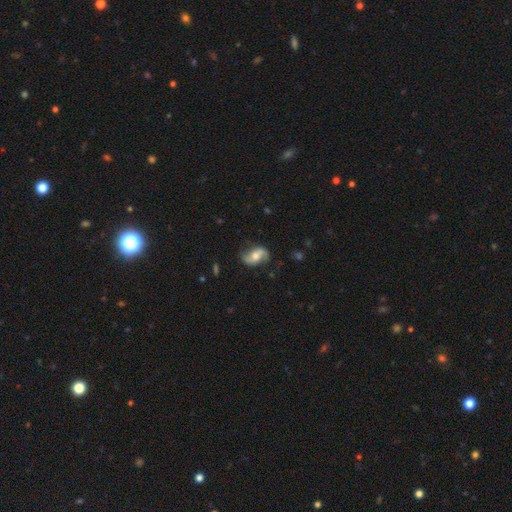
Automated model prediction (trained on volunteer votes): Smooth or featured: featured or disk — 74% (smooth — 20%)
Edge-on disk: no — 96% (yes — 4%)
Bar: no — 46% (weak — 37%)
Spiral arms: yes — 92% (no — 8%)
Spiral winding: loose — 67% (medium — 24%)
Spiral arm count: 2 — 91% (can't tell — 4%)
Bulge size: moderate — 63% (small — 21%)
Merging: none — 74% (minor disturbance — 18%)